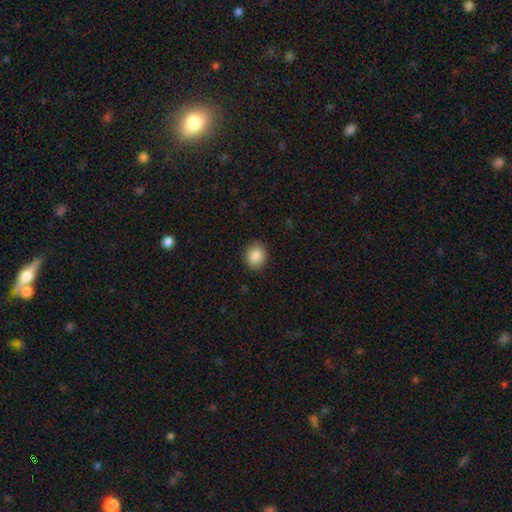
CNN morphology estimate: Smooth or featured? Predicted: smooth (p=0.87). How rounded? Predicted: round (p=0.70). Merging? Predicted: none (p=0.90).